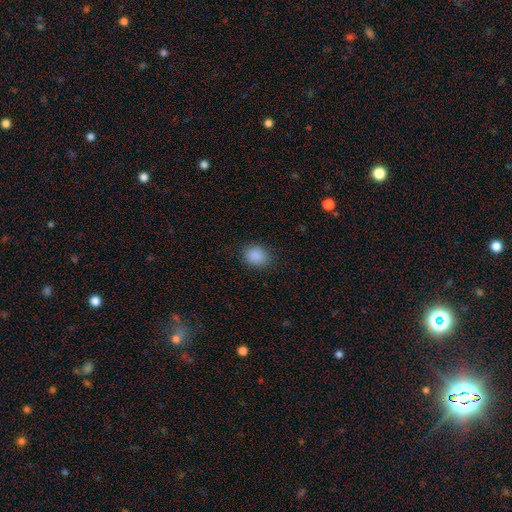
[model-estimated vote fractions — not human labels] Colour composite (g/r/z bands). It shows a smooth galaxy with no disk features (88%) that is round (58%). Merging: none (85%).